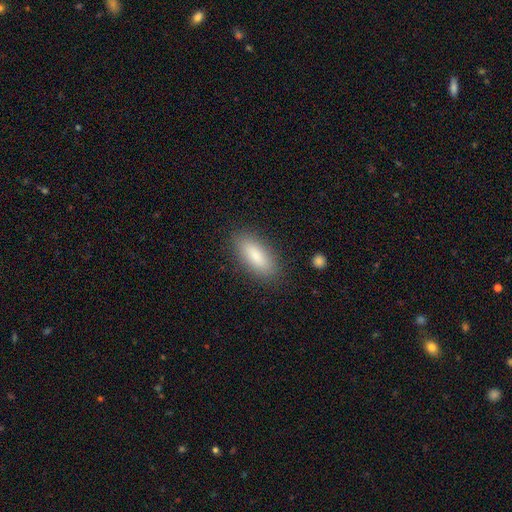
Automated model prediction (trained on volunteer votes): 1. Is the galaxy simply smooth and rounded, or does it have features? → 82% smooth, 11% featured or disk, 7% star or artifact.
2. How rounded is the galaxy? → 75% in between, 23% cigar-shaped, 2% round.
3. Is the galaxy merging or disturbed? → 86% none, 10% minor disturbance, 3% major disturbance, 1% merger.